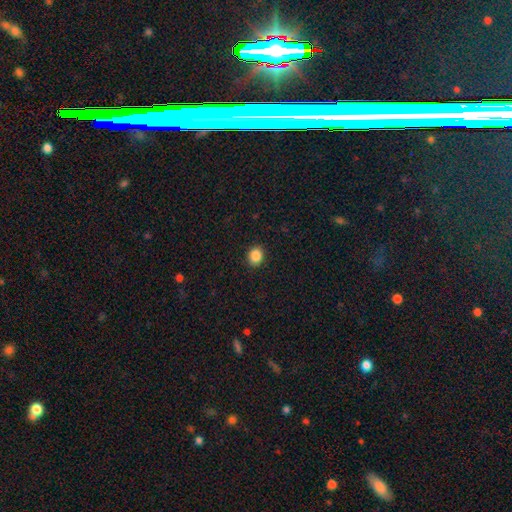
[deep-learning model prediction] Q: Smooth or featured?
A: smooth (87%); runner-up: star or artifact (10%)
Q: How rounded?
A: round (61%); runner-up: in between (38%)
Q: Merging?
A: none (91%); runner-up: minor disturbance (6%)